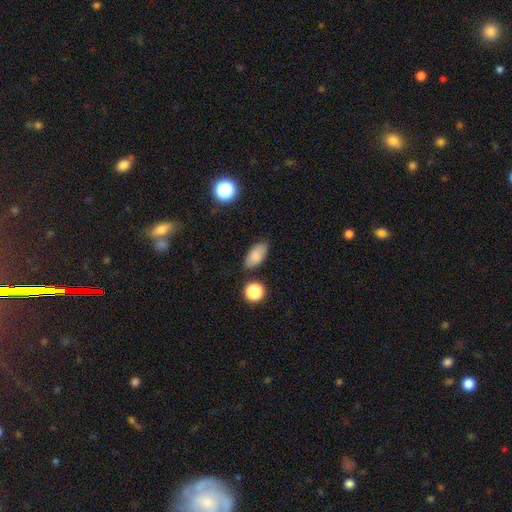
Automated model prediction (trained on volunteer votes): A smooth galaxy with no disk features (82%) that is in between round and cigar-shaped (89%). Merging: none (79%).